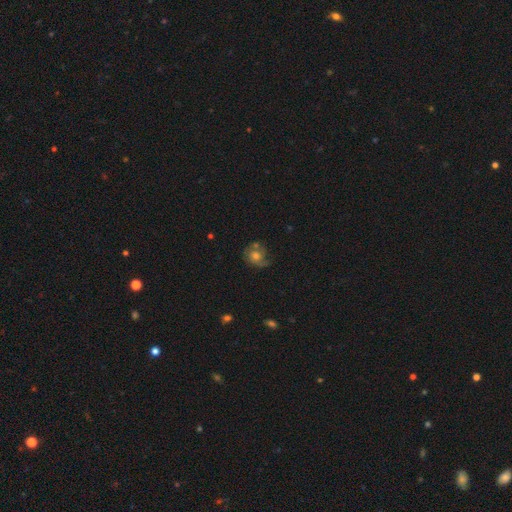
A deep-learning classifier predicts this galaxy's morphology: This appears to be a featured or disk galaxy (57%) with no bar (79%), spiral arms (81%) and a moderate central bulge (61%). Merging: none (57%).